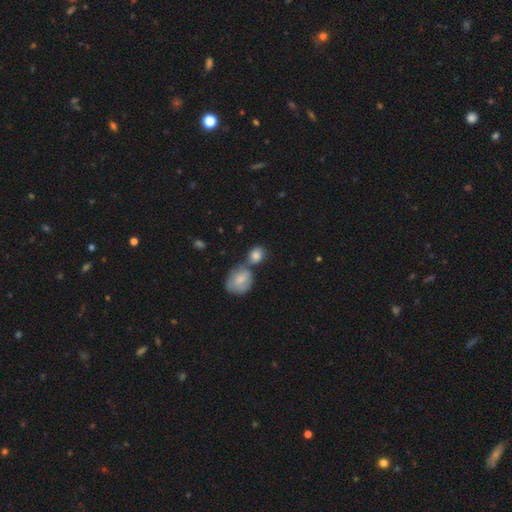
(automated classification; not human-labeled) A smooth galaxy with no disk features (82%) that is round (60%).

Vote fractions:
- Smooth or featured? smooth: 82% / featured or disk: 10% / star or artifact: 8%
- How rounded? round: 60% / in between: 38% / cigar-shaped: 2%
- Merging? none: 43% / merger: 41% / minor disturbance: 11% / major disturbance: 4%